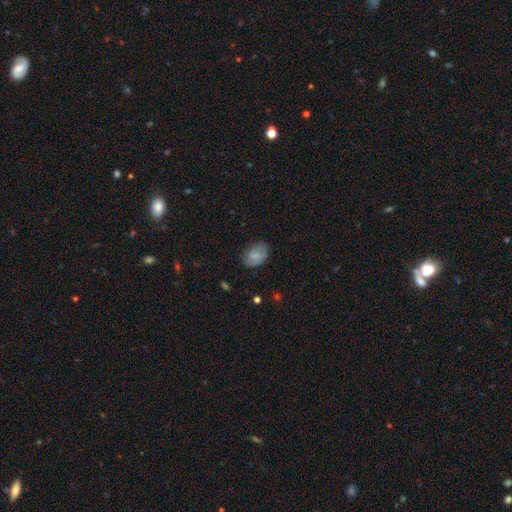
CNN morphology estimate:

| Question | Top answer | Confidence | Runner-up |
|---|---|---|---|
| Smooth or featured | smooth | 60% | featured or disk (32%) |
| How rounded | in between | 80% | round (18%) |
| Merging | none | 74% | minor disturbance (19%) |